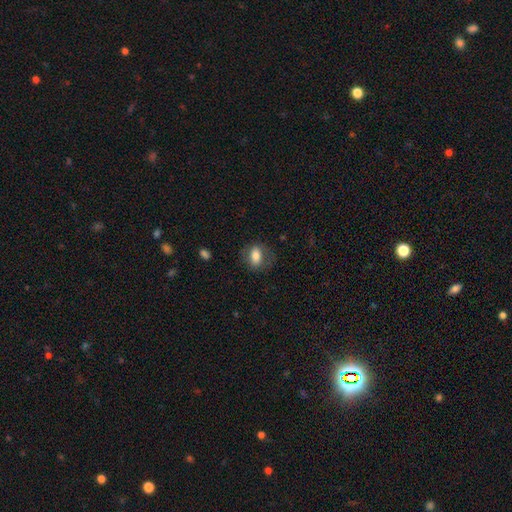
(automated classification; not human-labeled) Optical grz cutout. It shows a smooth galaxy with no disk features (74%) that is in between round and cigar-shaped (77%). Merging: none (70%).